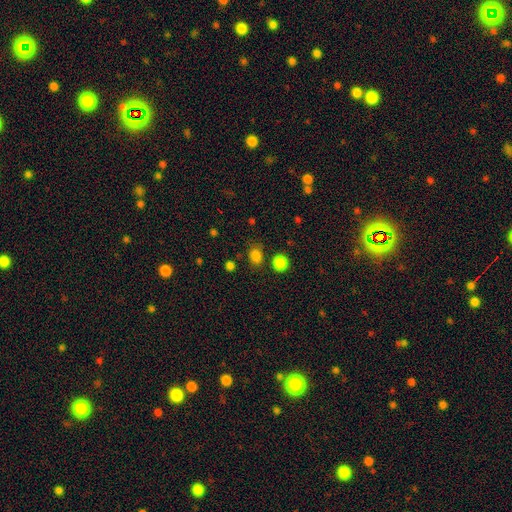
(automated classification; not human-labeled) Smooth or featured: smooth — 81% (star or artifact — 15%)
How rounded: round — 60% (in between — 39%)
Merging: none — 78% (minor disturbance — 12%)